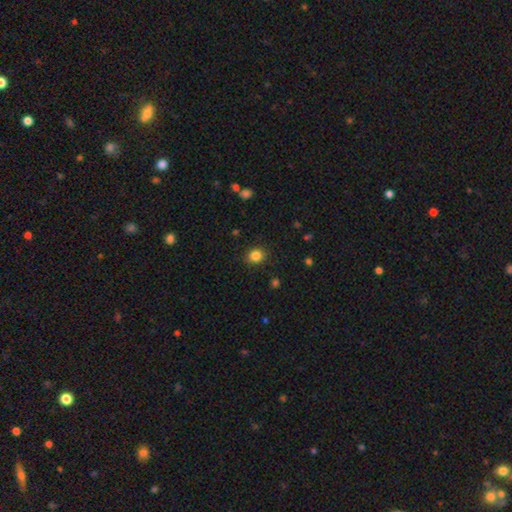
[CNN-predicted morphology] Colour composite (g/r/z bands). It shows a smooth galaxy with no disk features (84%) that is round (67%). Merging: none (89%).